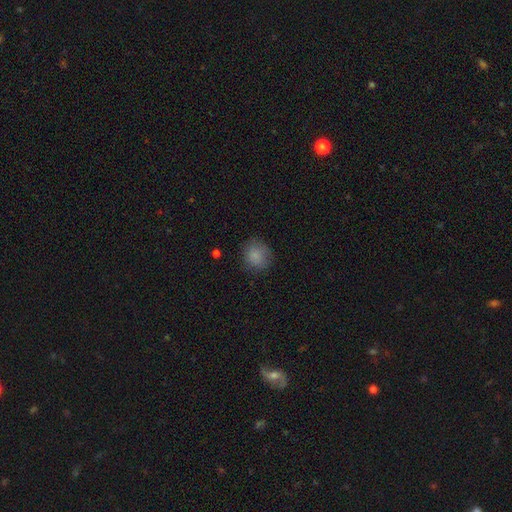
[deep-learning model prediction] Smooth or featured: smooth — 84% (star or artifact — 9%)
How rounded: round — 78% (in between — 21%)
Merging: none — 76% (minor disturbance — 17%)